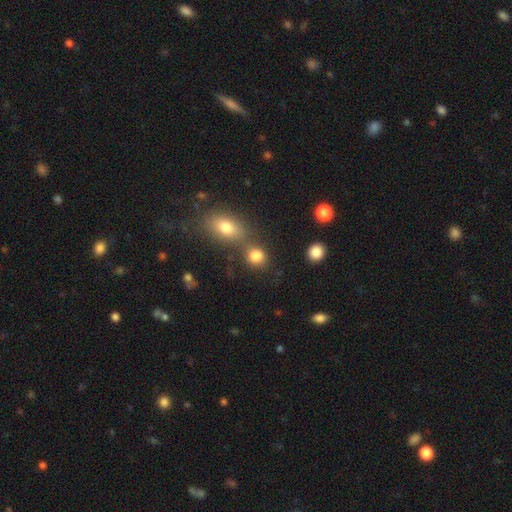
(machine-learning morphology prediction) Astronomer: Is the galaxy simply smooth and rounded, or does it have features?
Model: smooth — 82%.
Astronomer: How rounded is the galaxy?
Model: round — 67%.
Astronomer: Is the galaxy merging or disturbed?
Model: none — 58%.